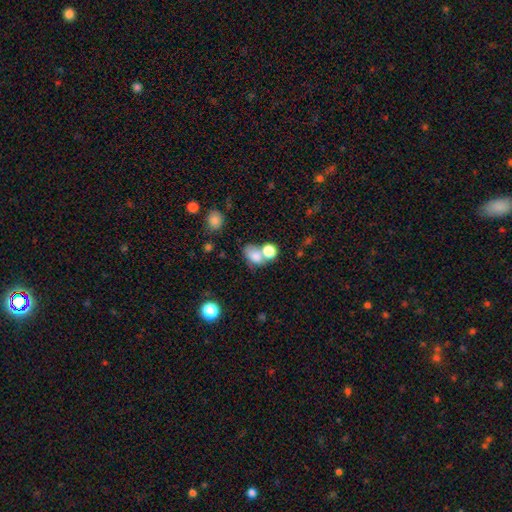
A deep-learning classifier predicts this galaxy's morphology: Overall: smooth (76%). How rounded: in between (69%; round 30%). Merging: merger (47%; none 33%).